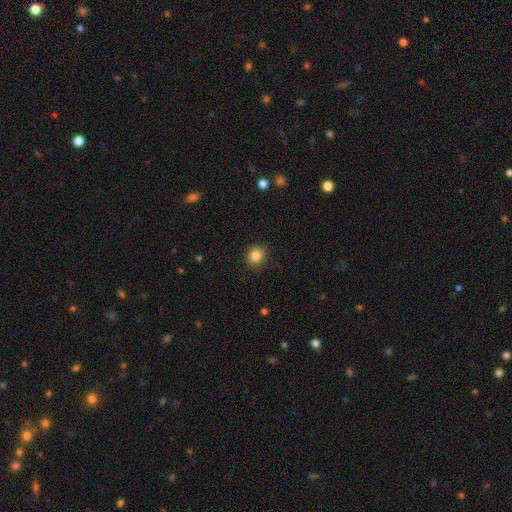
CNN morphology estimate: Smooth or featured? Predicted: smooth (p=0.84). How rounded? Predicted: round (p=0.83). Merging? Predicted: none (p=0.89).